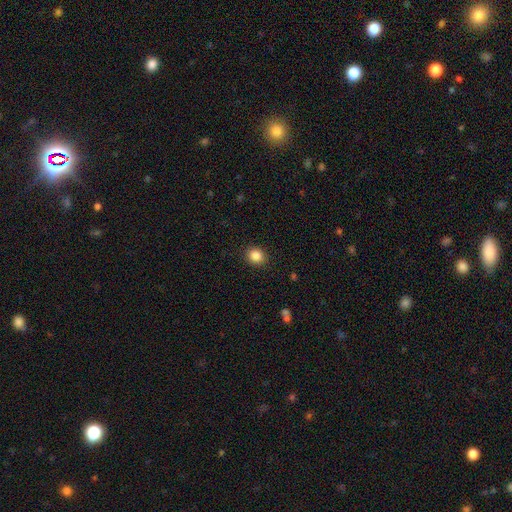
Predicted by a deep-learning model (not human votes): A smooth galaxy with no disk features (86%) that is round (78%). Merging: none (91%).